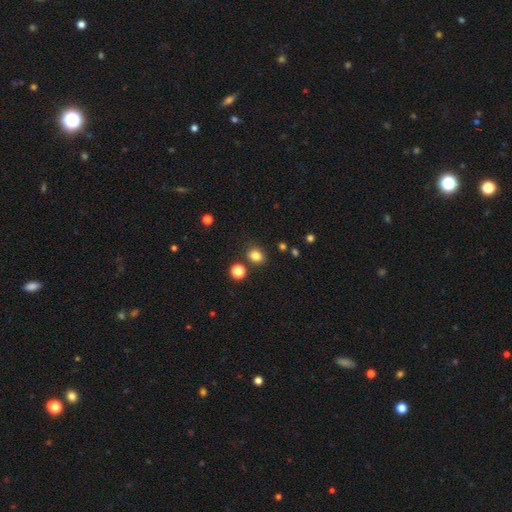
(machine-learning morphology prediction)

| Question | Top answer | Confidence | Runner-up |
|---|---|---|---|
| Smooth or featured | smooth | 81% | star or artifact (13%) |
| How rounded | round | 61% | in between (38%) |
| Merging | none | 81% | minor disturbance (10%) |